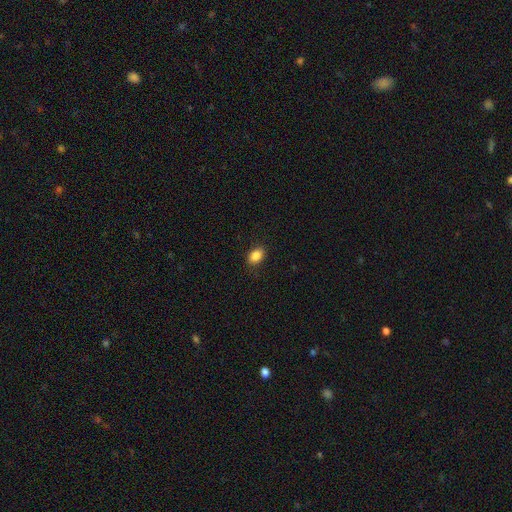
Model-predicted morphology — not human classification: The model was most divided on "how rounded": in between: 76%, round: 23%, cigar-shaped: 1%. More confident: merging — none (87%); smooth or featured — smooth (87%).